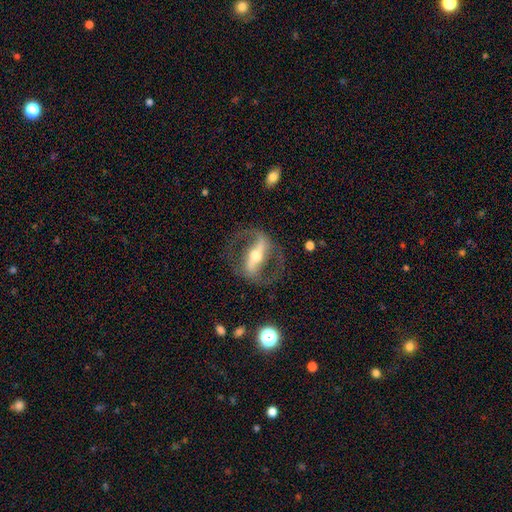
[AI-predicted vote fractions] Smooth or featured? Predicted: featured or disk (p=0.86). Edge-on disk? Predicted: no (p=0.84). Bar? Predicted: strong (p=0.75). Spiral arms? Predicted: yes (p=0.83). Spiral winding? Predicted: medium (p=0.51). Spiral arm count? Predicted: 2 (p=0.89). Bulge size? Predicted: moderate (p=0.61). Merging? Predicted: none (p=0.75).